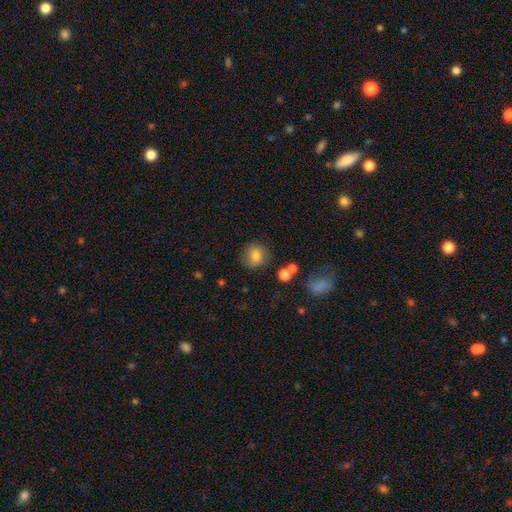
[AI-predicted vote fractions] Morphology: type=smooth (75%); roundness=round (87%); merging=none (77%).